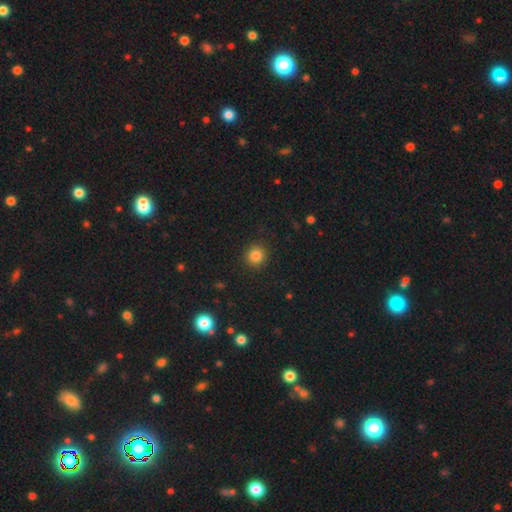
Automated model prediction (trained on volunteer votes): Overall: smooth (83%). How rounded: round (90%). Merging: none (91%).